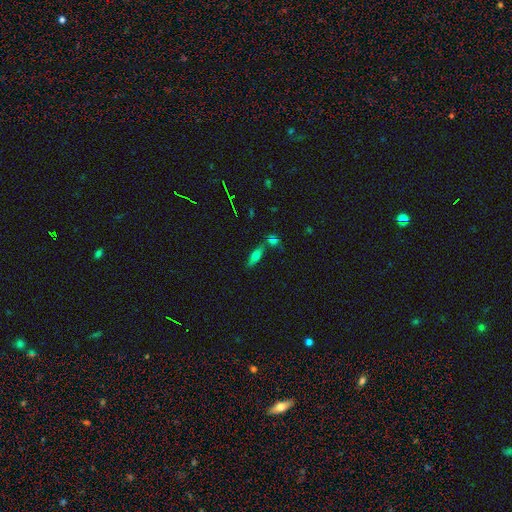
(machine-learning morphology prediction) smooth_or_featured: smooth (p=0.58) [alt: featured or disk p=0.30]
how_rounded: in between (p=0.54) [alt: cigar-shaped p=0.42]
merging: none (p=0.65) [alt: merger p=0.19]